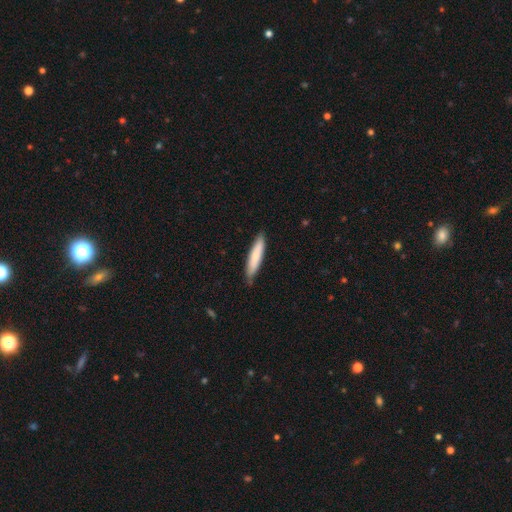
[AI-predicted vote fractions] smooth_or_featured: smooth (p=0.80) [alt: featured or disk p=0.15]
how_rounded: cigar-shaped (p=0.86) [alt: in between p=0.13]
merging: none (p=0.80) [alt: minor disturbance p=0.16]